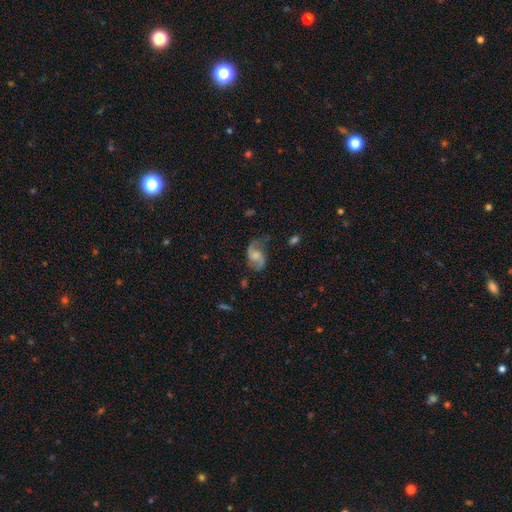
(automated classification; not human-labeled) Q: Smooth or featured?
A: featured or disk (77%); runner-up: smooth (16%)
Q: Edge-on disk?
A: no (97%); runner-up: yes (3%)
Q: Bar?
A: no (55%); runner-up: weak (38%)
Q: Spiral arms?
A: yes (93%); runner-up: no (7%)
Q: Spiral winding?
A: loose (60%); runner-up: medium (32%)
Q: Spiral arm count?
A: 2 (90%); runner-up: 1 (4%)
Q: Bulge size?
A: moderate (42%); runner-up: small (30%)
Q: Merging?
A: none (62%); runner-up: minor disturbance (22%)